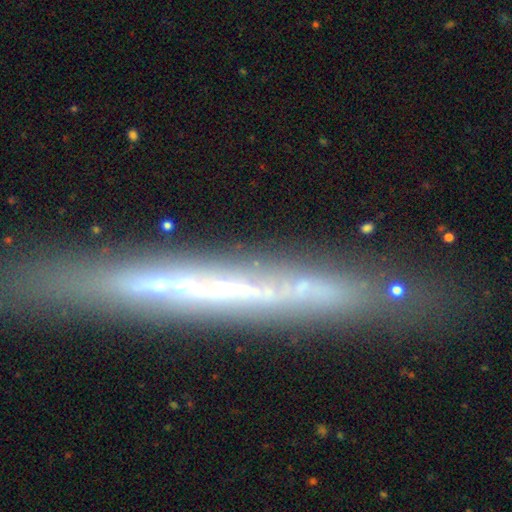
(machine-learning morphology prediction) Smooth or featured? Predicted: featured or disk (p=0.67). Edge-on disk? Predicted: yes (p=0.89). Edge-on bulge? Predicted: none (p=0.77). Merging? Predicted: none (p=0.76).